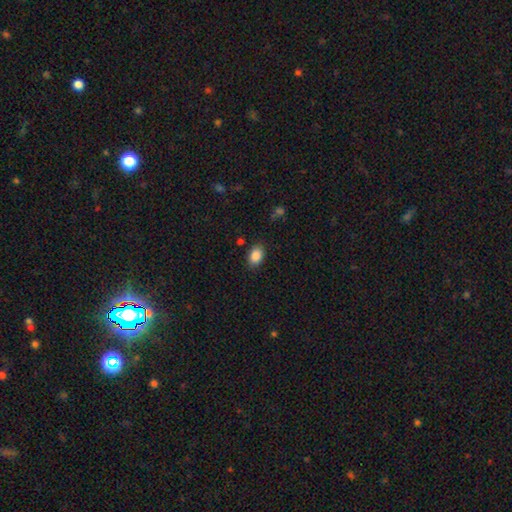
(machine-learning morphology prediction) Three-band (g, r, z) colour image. It shows a smooth galaxy with no disk features (88%) that is in between round and cigar-shaped (83%). Merging: none (86%).